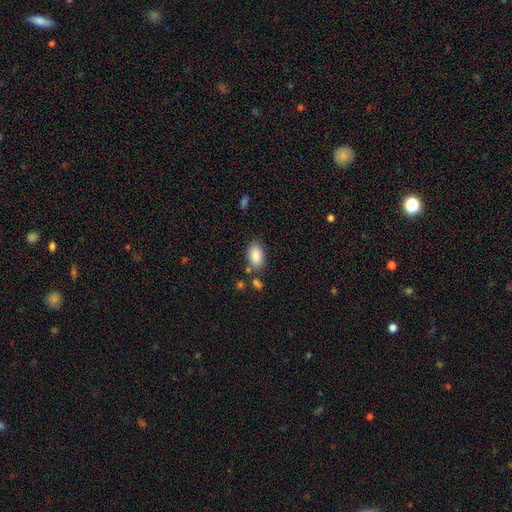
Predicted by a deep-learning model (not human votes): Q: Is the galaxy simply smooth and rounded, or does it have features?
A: smooth — 88%.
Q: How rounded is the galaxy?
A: in between — 92%.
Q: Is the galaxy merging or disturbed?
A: none — 77%.